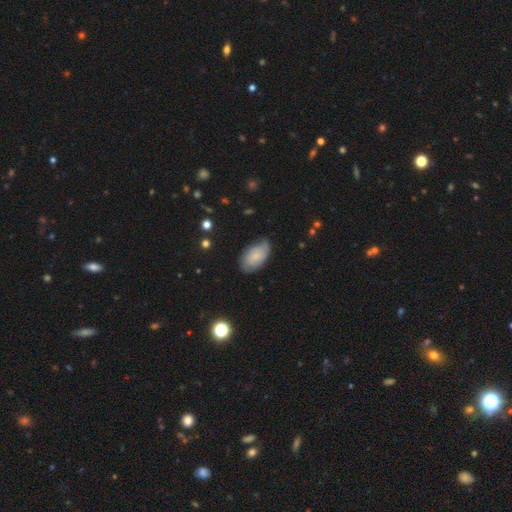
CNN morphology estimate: Smooth or featured? Predicted: smooth (p=0.64). How rounded? Predicted: in between (p=0.94). Merging? Predicted: none (p=0.65).